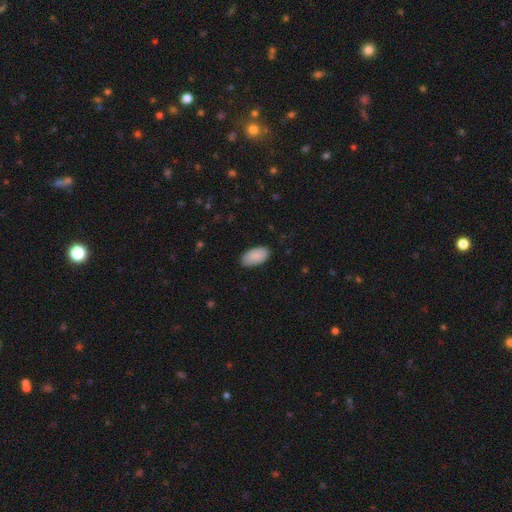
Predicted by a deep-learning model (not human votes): Smooth or featured: smooth — 88% (star or artifact — 6%)
How rounded: in between — 95% (round — 3%)
Merging: none — 85% (minor disturbance — 12%)